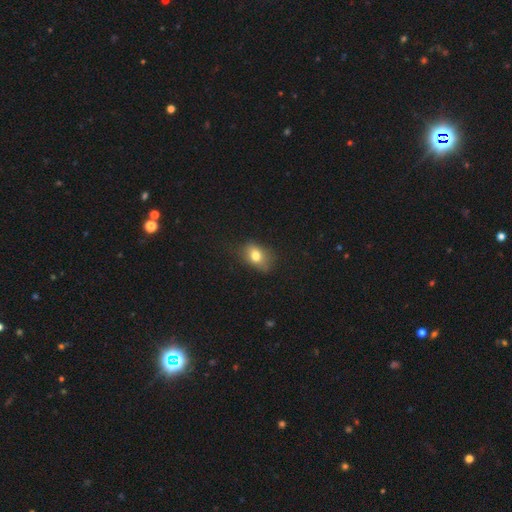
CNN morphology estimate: smooth-or-featured: smooth: 75% | featured or disk: 13% | star or artifact: 11%
  how-rounded: in between: 74% | round: 24% | cigar-shaped: 2%
  merging: none: 69% | minor disturbance: 23% | major disturbance: 7% | merger: 2%